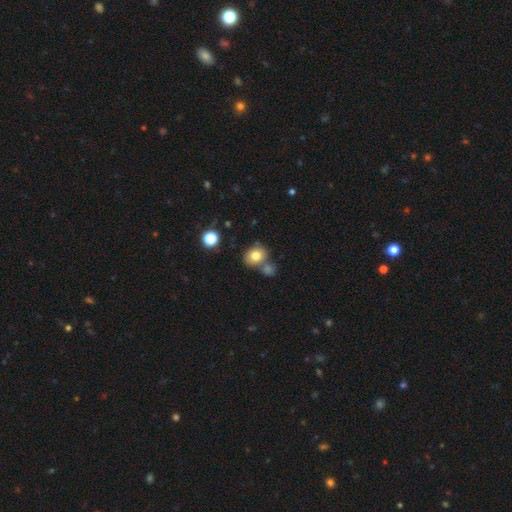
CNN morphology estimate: smooth_or_featured: smooth (p=0.79) [alt: featured or disk p=0.11]
how_rounded: round (p=0.67) [alt: in between p=0.32]
merging: none (p=0.60) [alt: merger p=0.24]